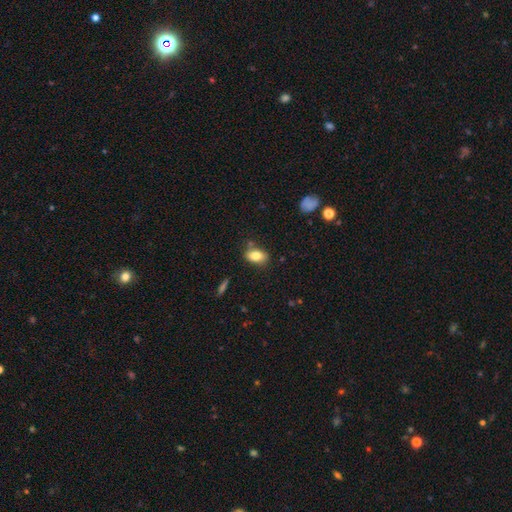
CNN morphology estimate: smooth_or_featured: smooth (p=0.82) [alt: featured or disk p=0.10]
how_rounded: in between (p=0.88) [alt: round p=0.09]
merging: none (p=0.77) [alt: minor disturbance p=0.15]